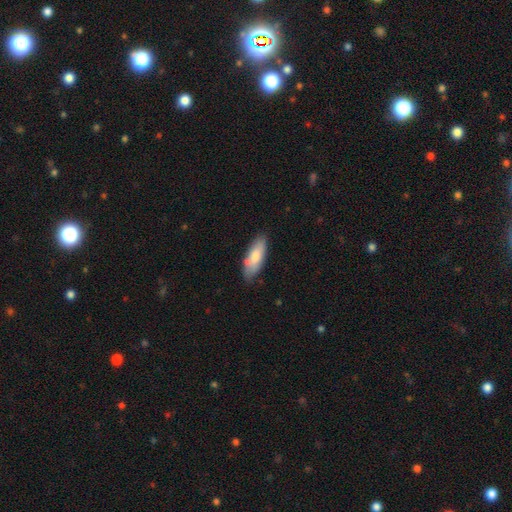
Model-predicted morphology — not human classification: smooth 77%, featured or disk 17%, star or artifact 6%. Down the decision tree: how rounded — in between (73%); merging — none (74%).